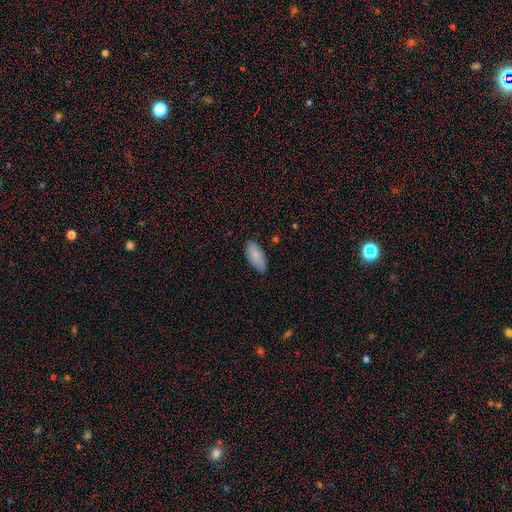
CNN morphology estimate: A smooth galaxy with no disk features (83%) that is in between round and cigar-shaped (88%). Merging: none (77%).